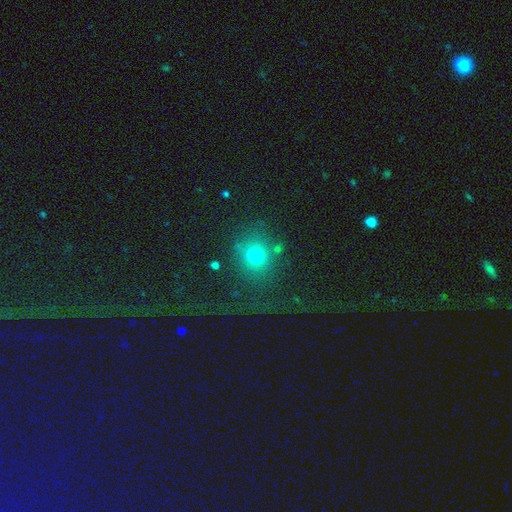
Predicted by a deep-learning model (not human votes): A smooth galaxy with no disk features (70%) that is round (80%). Merging: none (65%).